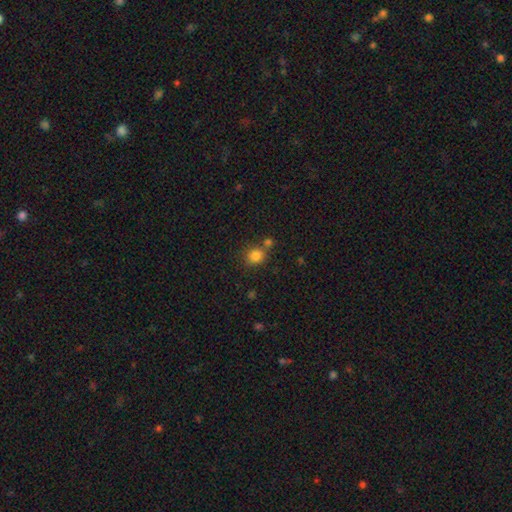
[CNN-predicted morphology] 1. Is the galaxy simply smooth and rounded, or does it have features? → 83% smooth, 12% star or artifact, 5% featured or disk.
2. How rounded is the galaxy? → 80% round, 19% in between, 1% cigar-shaped.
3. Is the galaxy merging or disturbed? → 63% none, 22% merger, 11% minor disturbance, 4% major disturbance.